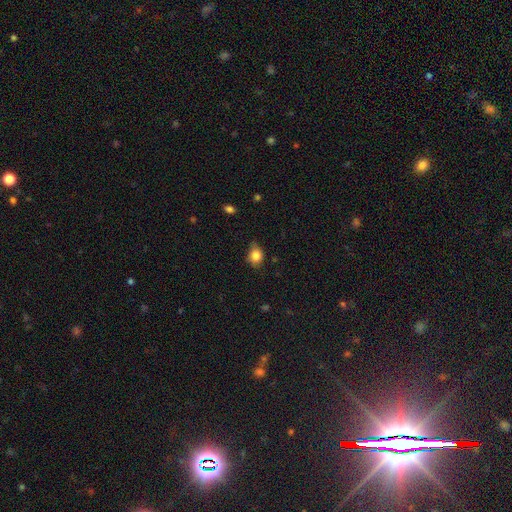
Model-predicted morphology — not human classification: smooth_or_featured: smooth (p=0.82) [alt: star or artifact p=0.09]
how_rounded: round (p=0.51) [alt: in between p=0.48]
merging: none (p=0.60) [alt: minor disturbance p=0.32]